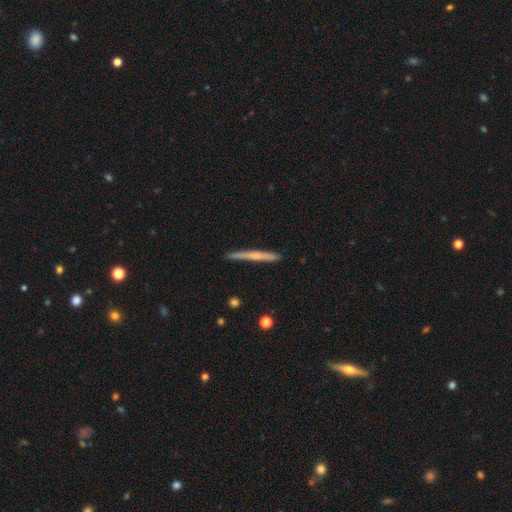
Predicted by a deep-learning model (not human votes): Smooth or featured? Predicted: featured or disk (p=0.50). Edge-on disk? Predicted: yes (p=0.97). Merging? Predicted: none (p=0.89).